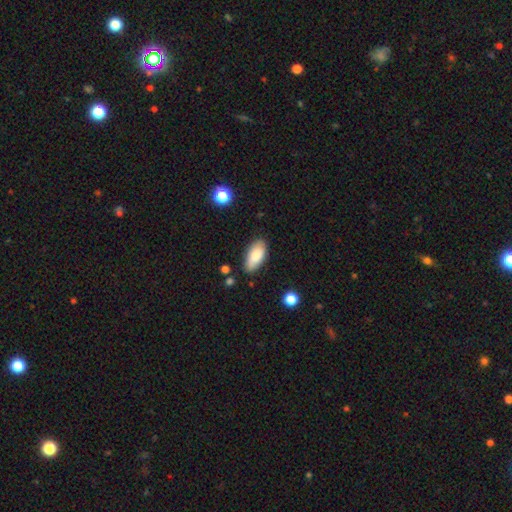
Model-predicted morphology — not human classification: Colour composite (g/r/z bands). It shows a smooth galaxy with no disk features (84%) that is in between round and cigar-shaped (90%). Merging: none (81%).